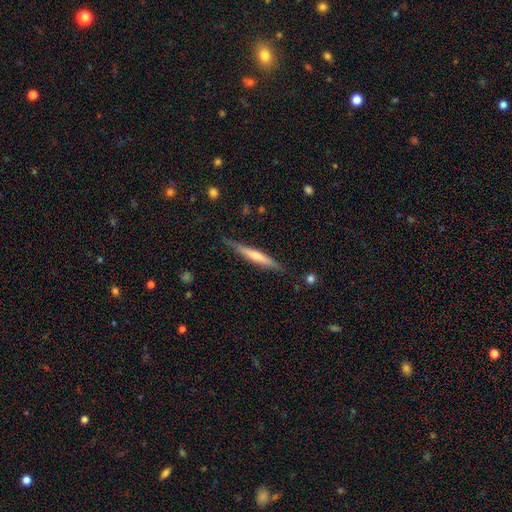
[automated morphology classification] featured or disk 63%, smooth 31%, star or artifact 6%. Down the decision tree: edge-on disk — yes (96%); edge-on bulge — rounded (73%); merging — none (85%).